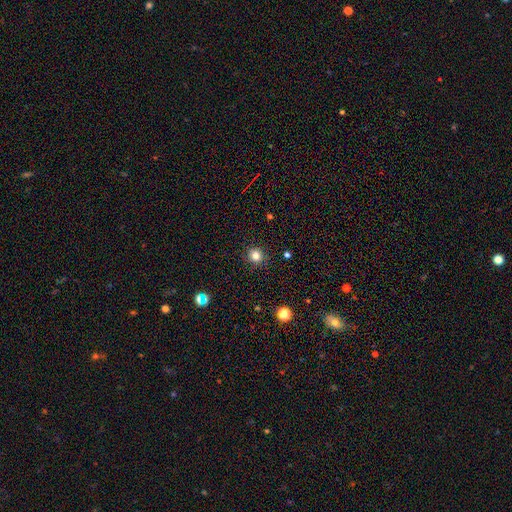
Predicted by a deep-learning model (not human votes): Overall: smooth (81%). How rounded: round (91%). Merging: none (91%).